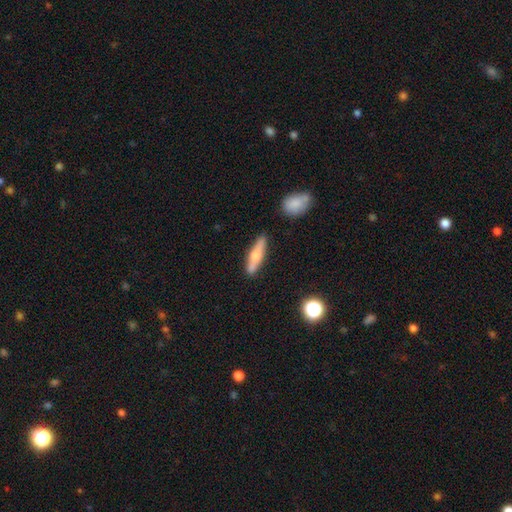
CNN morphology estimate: smooth-or-featured: smooth: 54% | featured or disk: 40% | star or artifact: 6%
  how-rounded: cigar-shaped: 74% | in between: 23% | round: 2%
  merging: none: 83% | minor disturbance: 12% | merger: 3% | major disturbance: 2%